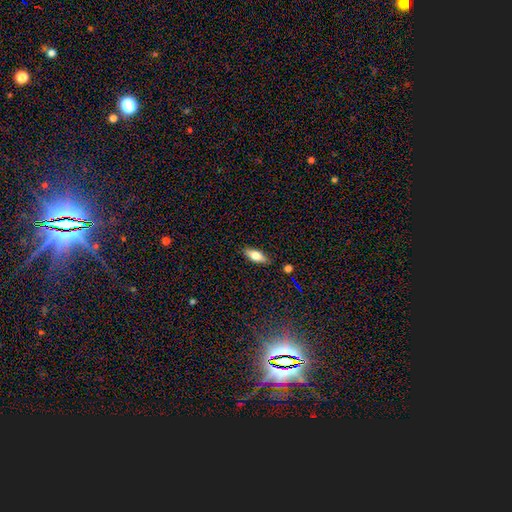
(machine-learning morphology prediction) A smooth galaxy with no disk features (67%) that is in between round and cigar-shaped (72%).

Vote fractions:
- Smooth or featured? smooth: 67% / featured or disk: 25% / star or artifact: 8%
- How rounded? in between: 72% / cigar-shaped: 25% / round: 3%
- Merging? none: 86% / minor disturbance: 10% / major disturbance: 2% / merger: 2%